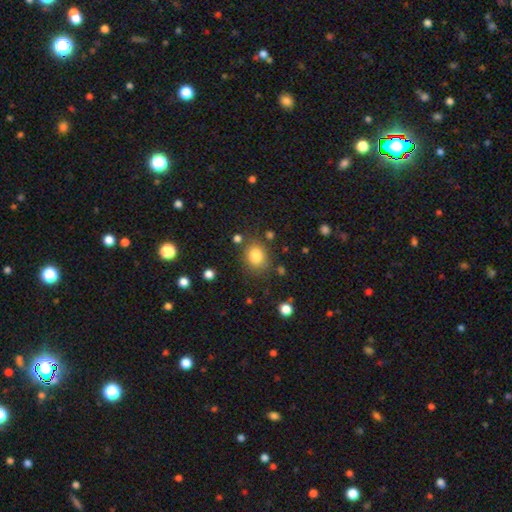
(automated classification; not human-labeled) Overall: smooth (83%). How rounded: round (62%; in between 37%). Merging: none (78%).